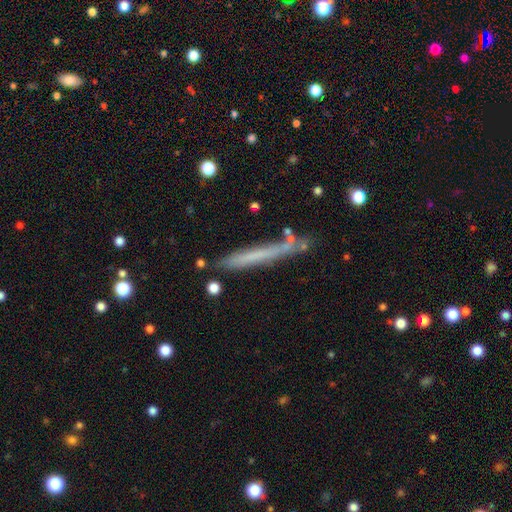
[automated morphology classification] Q: Smooth or featured?
A: smooth (55%); runner-up: featured or disk (37%)
Q: How rounded?
A: cigar-shaped (96%); runner-up: in between (3%)
Q: Merging?
A: none (74%); runner-up: minor disturbance (17%)